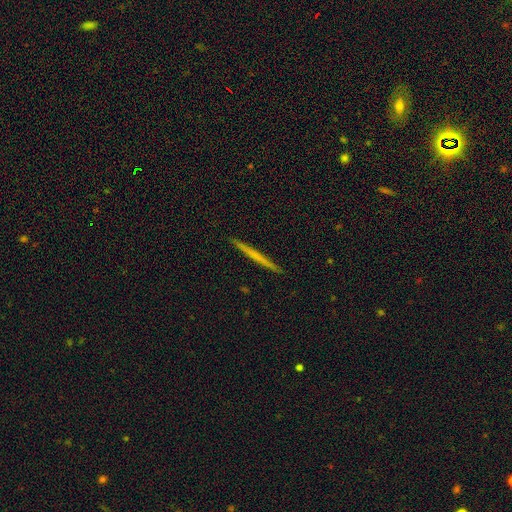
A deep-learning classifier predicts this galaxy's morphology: type=smooth (47%, tied with featured or disk); merging=none (93%).